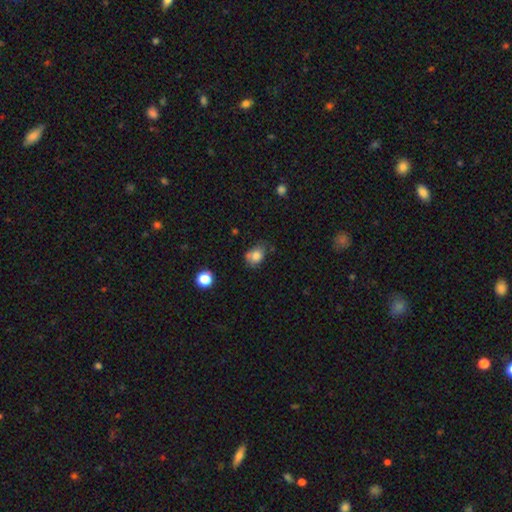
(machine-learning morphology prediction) Smooth or featured? Predicted: smooth (p=0.79). How rounded? Predicted: in between (p=0.55). Merging? Predicted: none (p=0.49).